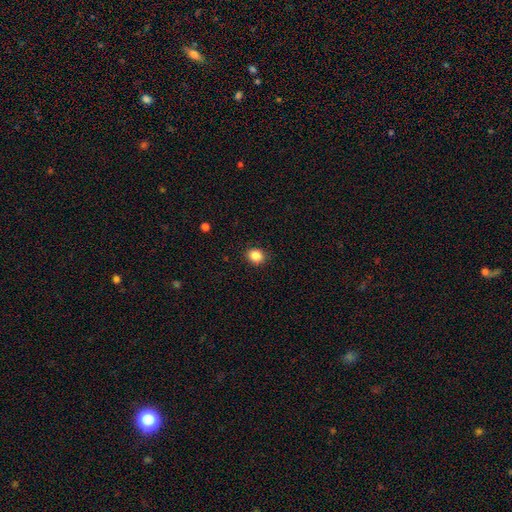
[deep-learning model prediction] Smooth or featured: smooth — 86% (star or artifact — 10%)
How rounded: round — 68% (in between — 31%)
Merging: none — 90% (minor disturbance — 7%)